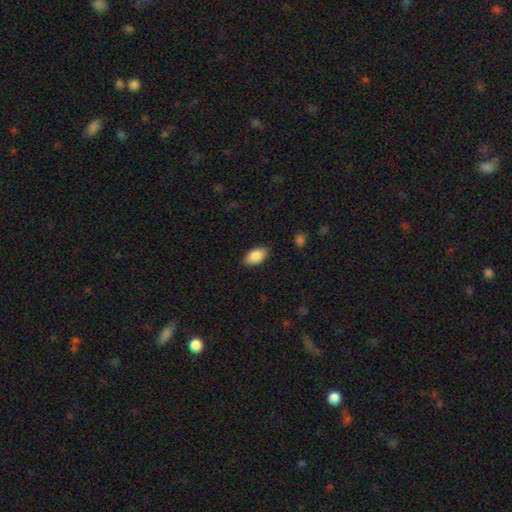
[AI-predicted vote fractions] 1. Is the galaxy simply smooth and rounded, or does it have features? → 88% smooth, 7% star or artifact, 6% featured or disk.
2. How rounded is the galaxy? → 93% in between, 4% round, 3% cigar-shaped.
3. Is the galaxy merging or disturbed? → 86% none, 11% minor disturbance, 2% major disturbance, 1% merger.